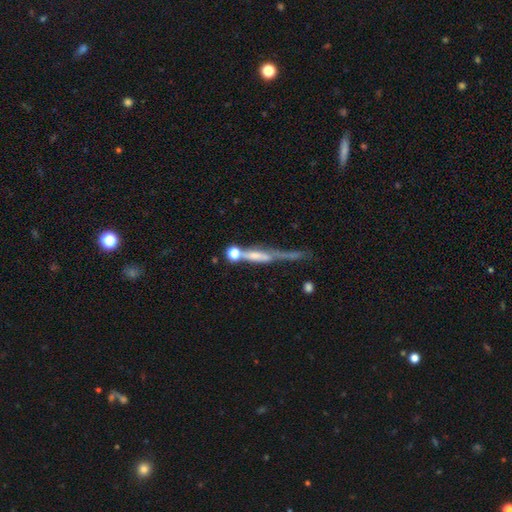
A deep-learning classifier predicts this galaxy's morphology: Overall: featured or disk (56%; smooth 31%). Edge-on disk: yes (80%). Merging: none (40%; merger 24%).